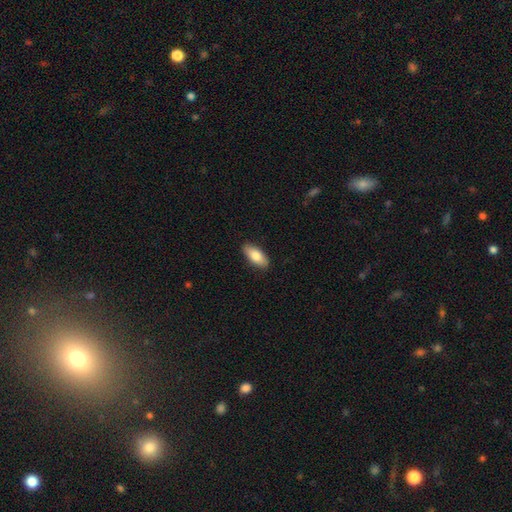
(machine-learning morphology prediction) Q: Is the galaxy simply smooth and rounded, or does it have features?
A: smooth — 82%.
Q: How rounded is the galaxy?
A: in between — 84%.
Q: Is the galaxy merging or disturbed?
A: none — 88%.